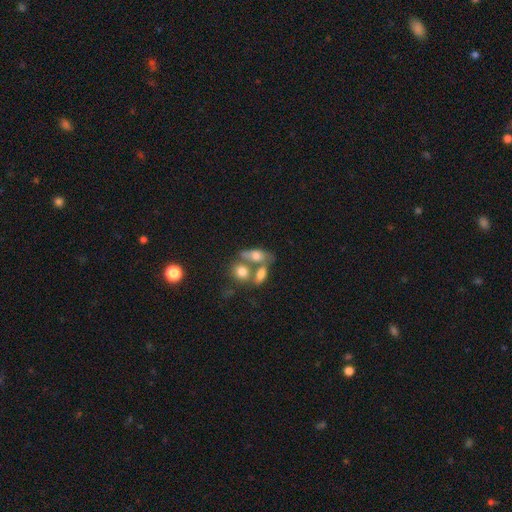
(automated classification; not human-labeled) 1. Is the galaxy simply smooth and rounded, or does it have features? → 64% smooth, 25% featured or disk, 11% star or artifact.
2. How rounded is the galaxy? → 77% in between, 15% round, 8% cigar-shaped.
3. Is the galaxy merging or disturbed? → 48% merger, 31% none, 13% minor disturbance, 9% major disturbance.